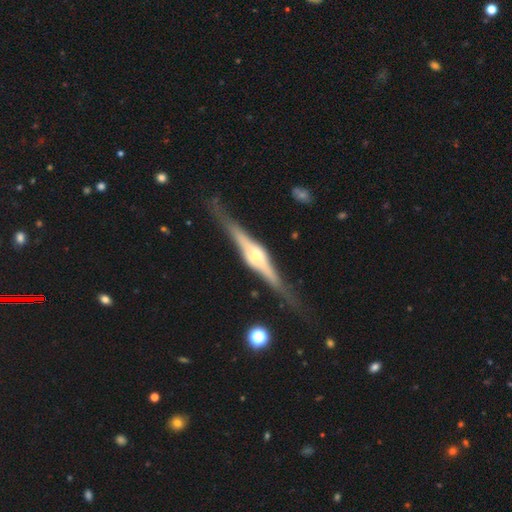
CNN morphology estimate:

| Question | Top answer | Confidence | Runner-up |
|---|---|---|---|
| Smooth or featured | featured or disk | 84% | smooth (11%) |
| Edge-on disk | yes | 97% | no (3%) |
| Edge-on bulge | rounded | 76% | boxy (20%) |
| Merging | none | 83% | minor disturbance (12%) |